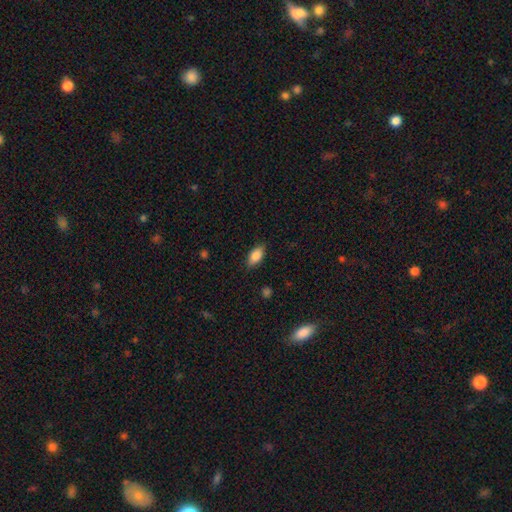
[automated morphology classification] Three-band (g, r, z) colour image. It shows a smooth galaxy with no disk features (86%) that is in between round and cigar-shaped (90%). Merging: none (86%).